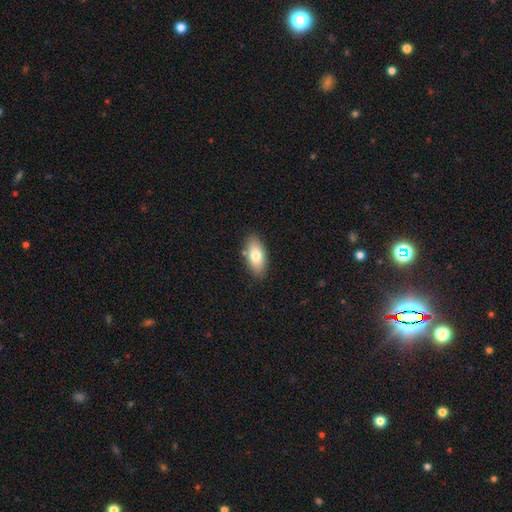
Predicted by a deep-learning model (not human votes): A smooth galaxy with no disk features (77%) that is in between round and cigar-shaped (90%).

Vote fractions:
- Smooth or featured? smooth: 77% / featured or disk: 16% / star or artifact: 7%
- How rounded? in between: 90% / cigar-shaped: 6% / round: 4%
- Merging? none: 84% / minor disturbance: 11% / merger: 3% / major disturbance: 2%